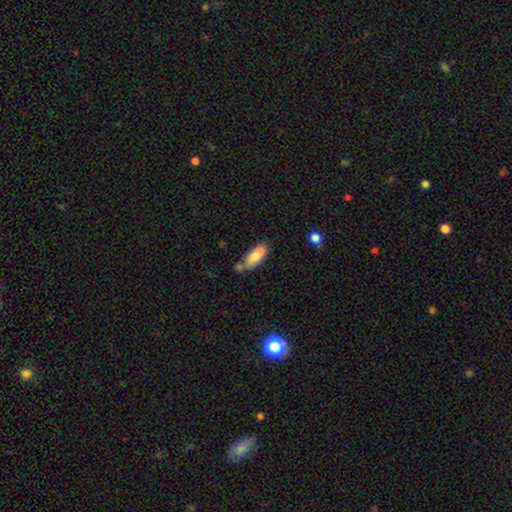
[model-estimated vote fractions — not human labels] smooth_or_featured: smooth (p=0.73) [alt: featured or disk p=0.20]
how_rounded: in between (p=0.71) [alt: cigar-shaped p=0.26]
merging: none (p=0.54) [alt: merger p=0.20]